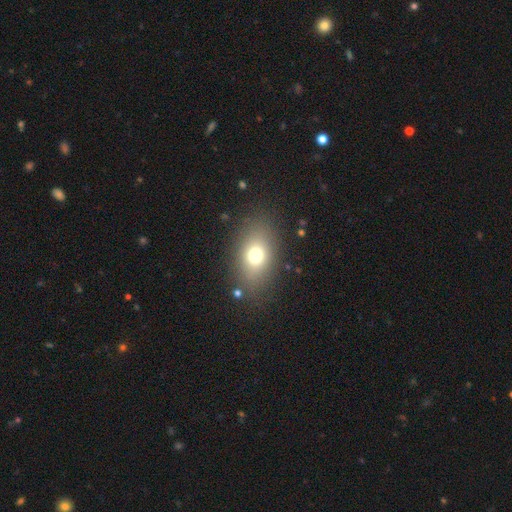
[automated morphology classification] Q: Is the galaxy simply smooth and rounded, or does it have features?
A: smooth — 72%.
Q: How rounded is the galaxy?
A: in between — 76%.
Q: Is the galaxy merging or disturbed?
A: none — 84%.